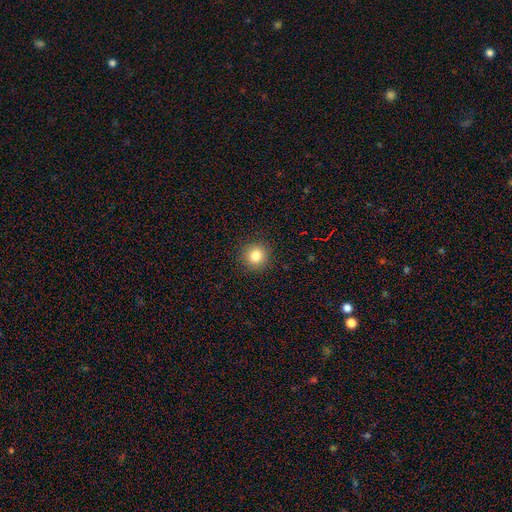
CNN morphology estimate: This is clearly a smooth galaxy (83%). How rounded: clearly round (93%). Merging: clearly none (92%).